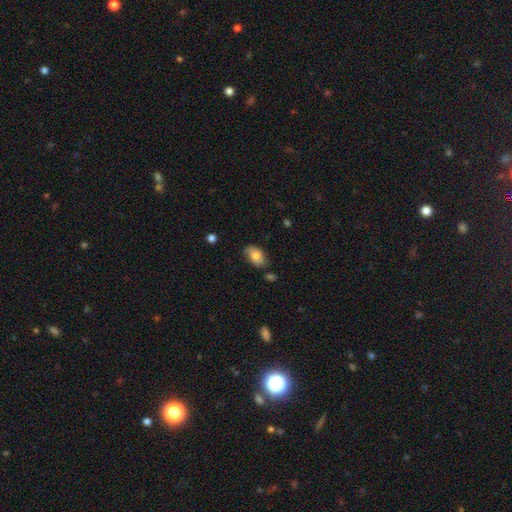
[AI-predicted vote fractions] Overall: smooth (76%). How rounded: in between (90%). Merging: none (68%).